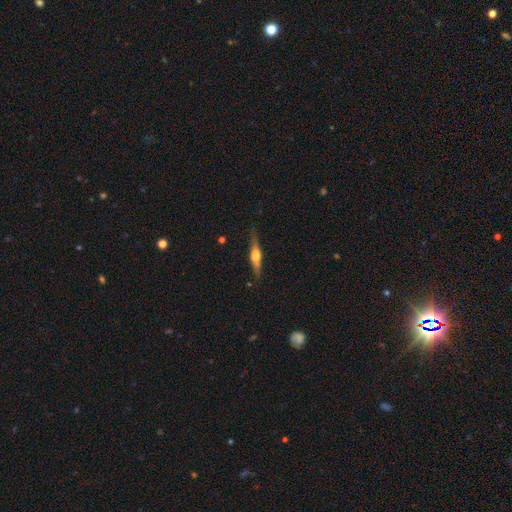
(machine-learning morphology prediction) Smooth or featured? Predicted: featured or disk (p=0.69). Edge-on disk? Predicted: yes (p=0.97). Edge-on bulge? Predicted: rounded (p=0.89). Merging? Predicted: none (p=0.85).